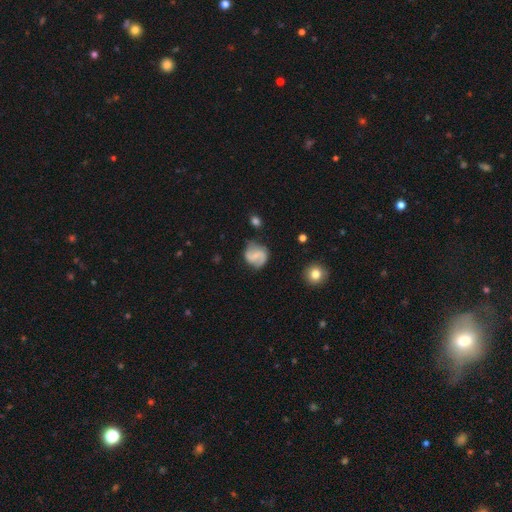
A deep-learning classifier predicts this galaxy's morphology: Smooth or featured?
  - featured or disk: 65% *
  - smooth: 28%
  - star or artifact: 7%
Edge-on disk?
  - no: 98% *
  - yes: 2%
Bar?
  - weak: 47% *
  - no: 28%
  - strong: 25%
Spiral arms?
  - yes: 91% *
  - no: 9%
Spiral winding?
  - loose: 42% *
  - medium: 41%
  - tight: 17%
Spiral arm count?
  - 2: 88% *
  - can't tell: 6%
  - 1: 3%
  - 3: 1%
  - 4: 1%
  - more than 4: 1%
Bulge size?
  - small: 46% *
  - none: 34%
  - moderate: 18%
  - large: 2%
  - dominant: 1%
Merging?
  - none: 73% *
  - minor disturbance: 18%
  - major disturbance: 6%
  - merger: 3%